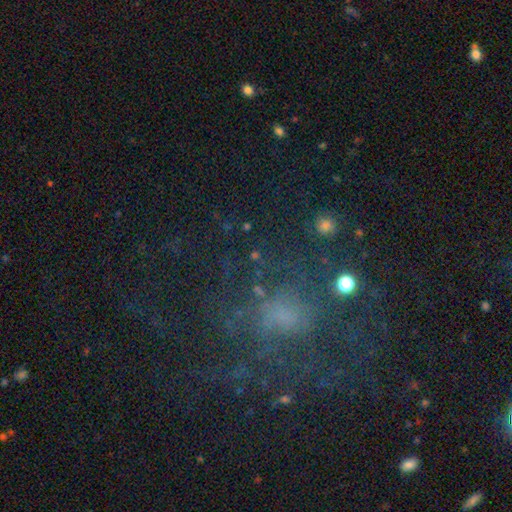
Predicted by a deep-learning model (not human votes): A star or artifact, not a galaxy (43%).